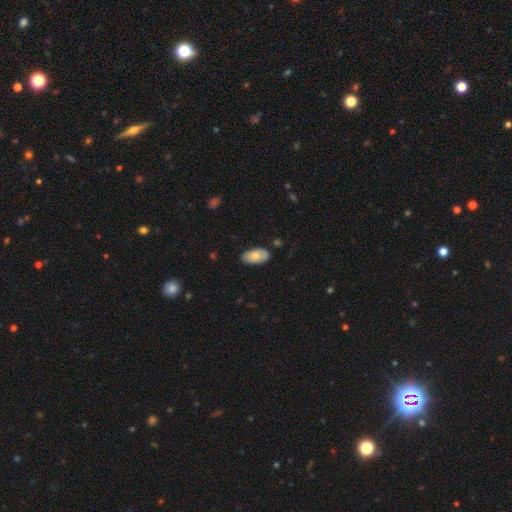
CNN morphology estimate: Overall: smooth (73%). How rounded: in between (95%). Merging: none (84%).